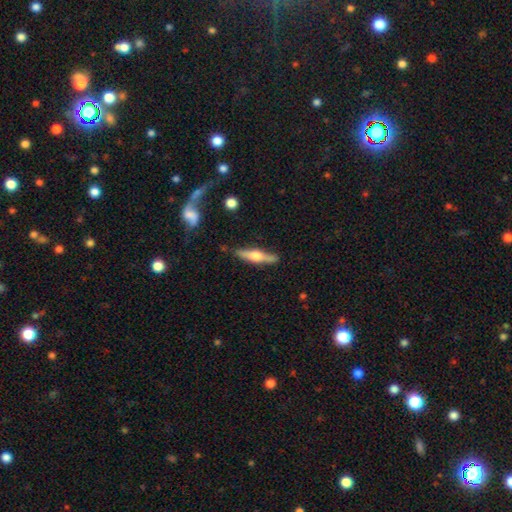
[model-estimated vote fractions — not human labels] This appears to be a featured or disk galaxy (59%) viewed edge-on (95%) with a rounded central bulge (91%). Merging: none (84%).